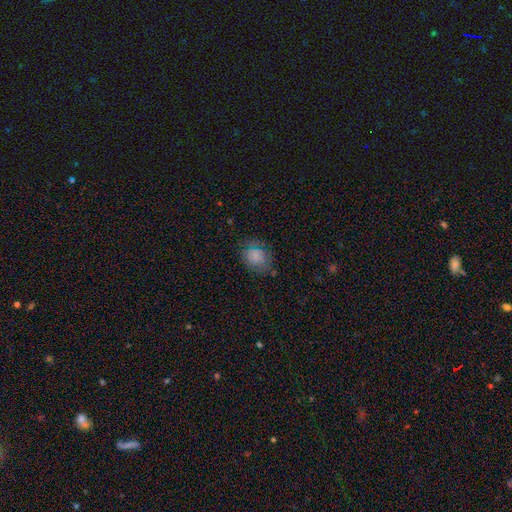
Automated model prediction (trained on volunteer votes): smooth-or-featured: smooth: 75% | star or artifact: 14% | featured or disk: 11%
  how-rounded: round: 57% | in between: 42% | cigar-shaped: 1%
  merging: none: 71% | minor disturbance: 20% | major disturbance: 7% | merger: 2%